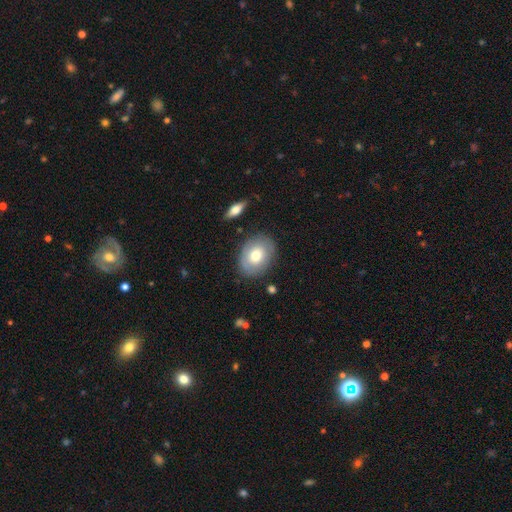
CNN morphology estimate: type=smooth (62%); roundness=in between (66%); merging=none (81%).